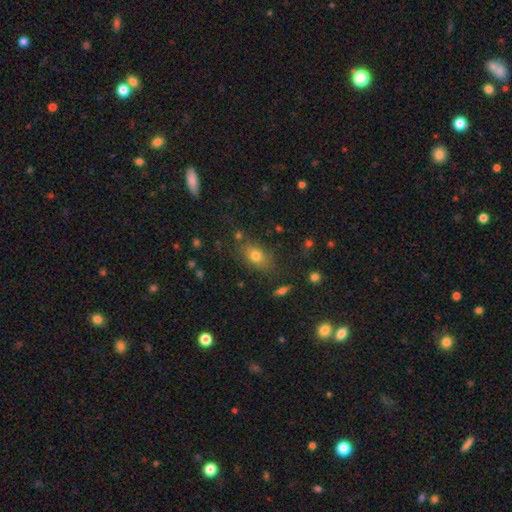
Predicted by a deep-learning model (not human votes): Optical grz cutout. It shows a smooth galaxy with no disk features (74%) that is in between round and cigar-shaped (76%). Merging: none (78%).